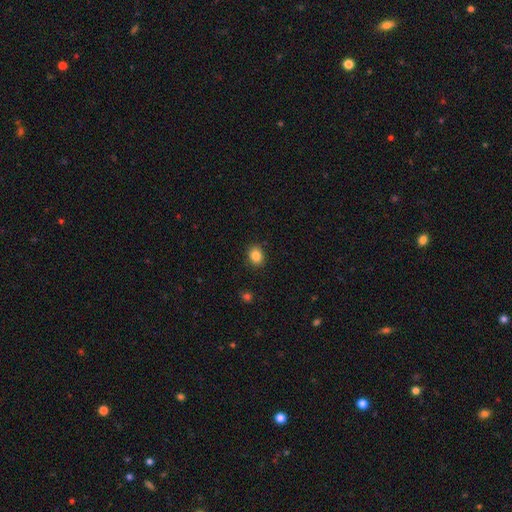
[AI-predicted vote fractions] smooth_or_featured: smooth (p=0.86) [alt: star or artifact p=0.09]
how_rounded: in between (p=0.57) [alt: round p=0.42]
merging: none (p=0.88) [alt: minor disturbance p=0.09]